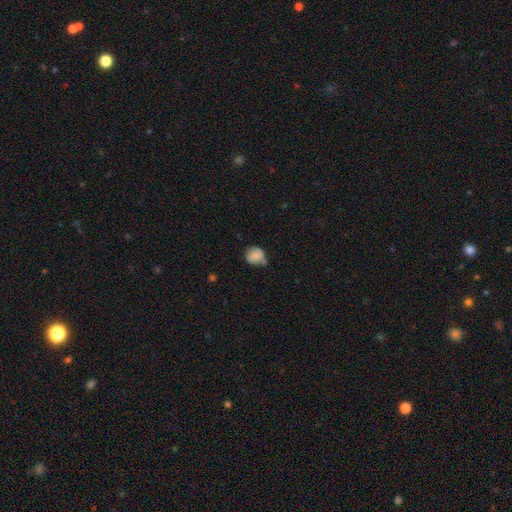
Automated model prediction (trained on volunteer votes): Overall: smooth (80%). How rounded: round (81%). Merging: none (56%; minor disturbance 27%).